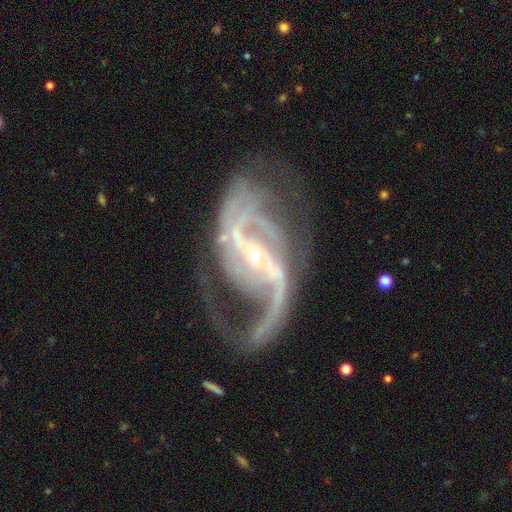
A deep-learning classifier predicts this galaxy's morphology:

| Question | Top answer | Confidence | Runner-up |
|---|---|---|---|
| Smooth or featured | featured or disk | 92% | star or artifact (6%) |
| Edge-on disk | no | 97% | yes (3%) |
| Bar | strong | 52% | weak (30%) |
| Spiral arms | yes | 97% | no (3%) |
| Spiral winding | loose | 46% | medium (42%) |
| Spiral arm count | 2 | 72% | 3 (8%) |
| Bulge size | small | 82% | moderate (15%) |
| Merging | none | 49% | major disturbance (29%) |